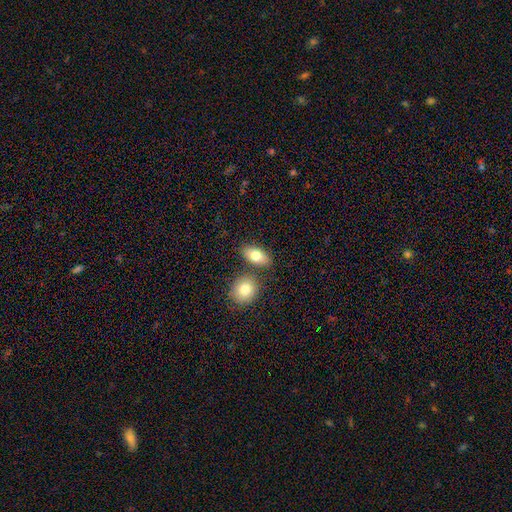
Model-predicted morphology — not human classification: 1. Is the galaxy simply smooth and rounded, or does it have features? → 79% smooth, 14% featured or disk, 7% star or artifact.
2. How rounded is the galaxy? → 86% in between, 10% round, 4% cigar-shaped.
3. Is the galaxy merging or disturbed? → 70% none, 17% merger, 10% minor disturbance, 3% major disturbance.